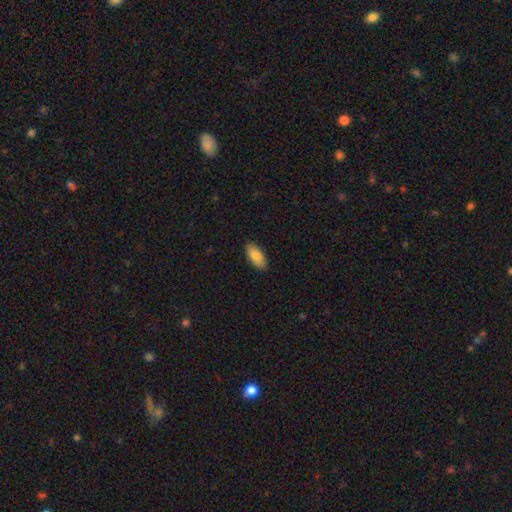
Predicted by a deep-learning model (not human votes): This appears to be a smooth galaxy with no disk features (84%) that is in between round and cigar-shaped (90%). Merging: none (88%).